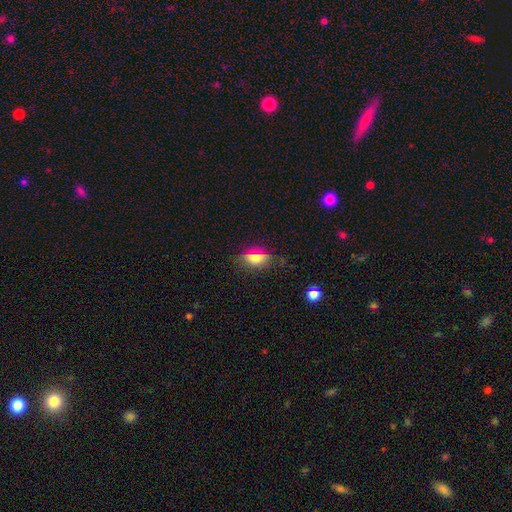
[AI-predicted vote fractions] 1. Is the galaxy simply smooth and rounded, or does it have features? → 69% smooth, 18% star or artifact, 13% featured or disk.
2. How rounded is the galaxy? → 75% in between, 17% round, 8% cigar-shaped.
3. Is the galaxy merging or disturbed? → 80% none, 14% minor disturbance, 4% major disturbance, 2% merger.